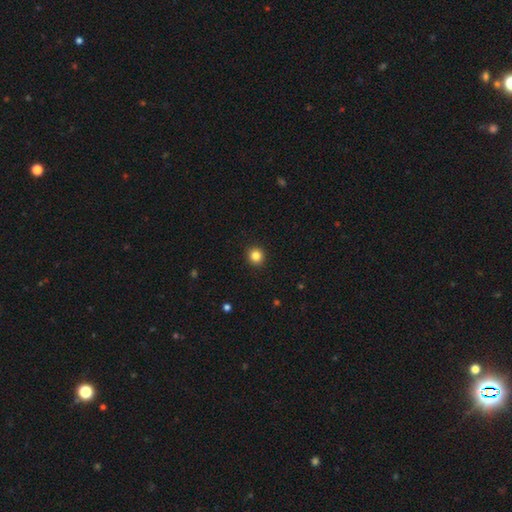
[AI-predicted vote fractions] Smooth or featured? smooth (84%)
How rounded? round (91%)
Merging? none (93%)